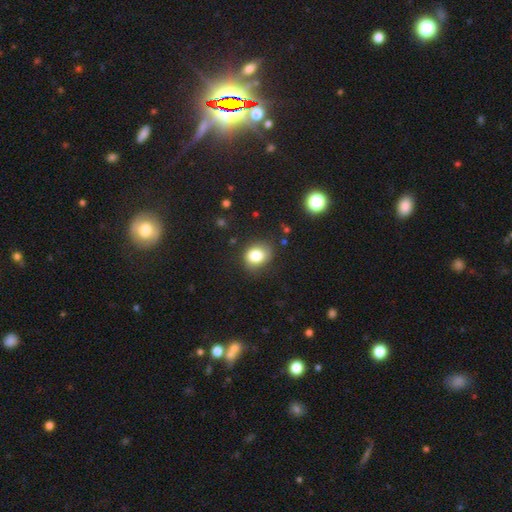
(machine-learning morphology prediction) type=smooth (82%); roundness=round (53%); merging=none (73%).